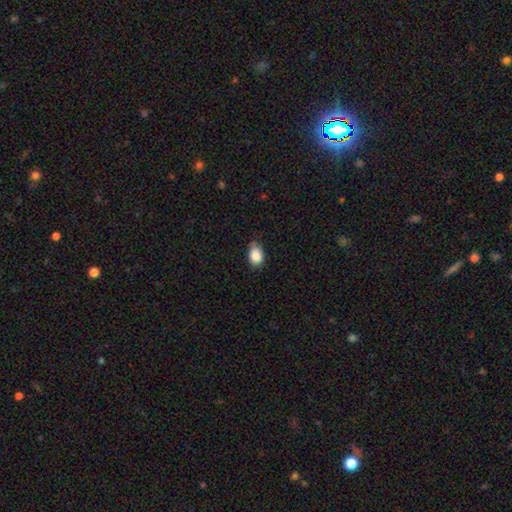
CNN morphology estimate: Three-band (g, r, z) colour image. It shows a smooth galaxy with no disk features (88%) that is in between round and cigar-shaped (85%). Merging: none (63%).